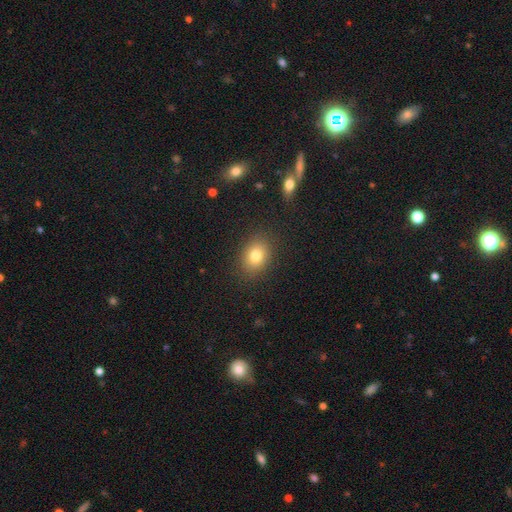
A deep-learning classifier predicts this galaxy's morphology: Smooth or featured? smooth (80%)
How rounded? in between (55%)
Merging? none (86%)